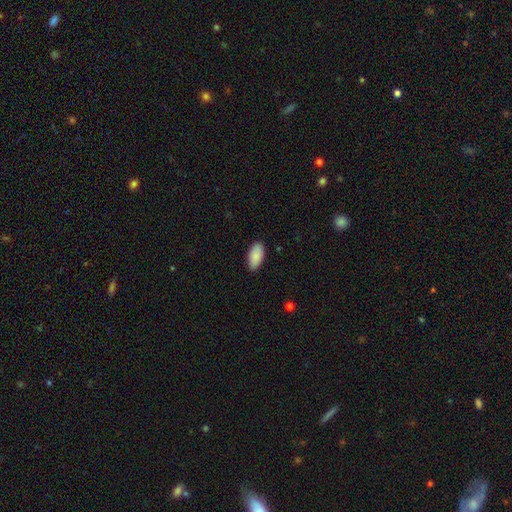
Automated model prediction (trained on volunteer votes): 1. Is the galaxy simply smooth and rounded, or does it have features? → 89% smooth, 6% star or artifact, 5% featured or disk.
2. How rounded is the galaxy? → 93% in between, 5% cigar-shaped, 2% round.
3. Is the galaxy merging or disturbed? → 88% none, 9% minor disturbance, 2% major disturbance, 1% merger.